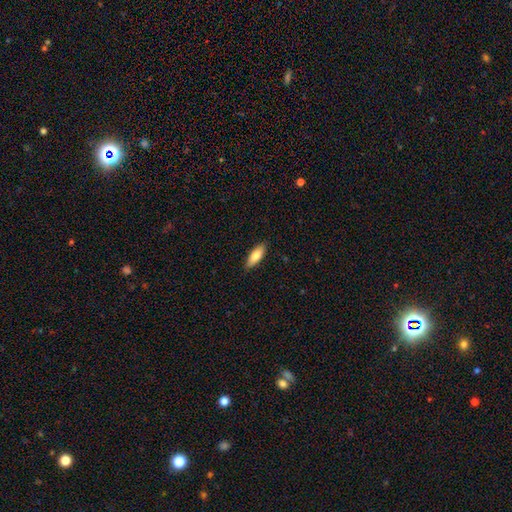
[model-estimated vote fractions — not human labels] This is likely a smooth galaxy (80%). How rounded: likely in between (70%). Merging: clearly none (87%).